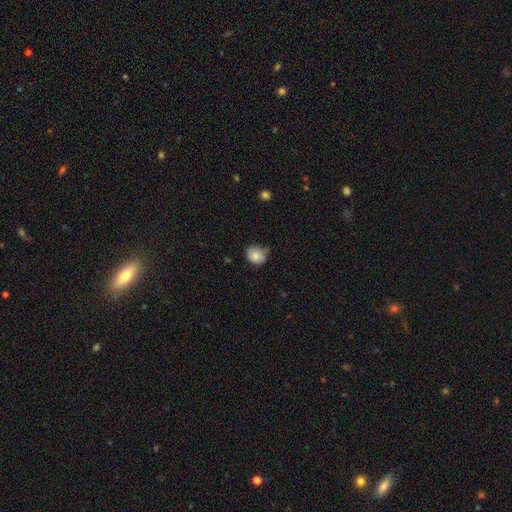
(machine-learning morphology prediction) Smooth or featured?
  - smooth: 82% *
  - star or artifact: 9%
  - featured or disk: 9%
How rounded?
  - round: 62% *
  - in between: 37%
  - cigar-shaped: 1%
Merging?
  - none: 58% *
  - minor disturbance: 34%
  - major disturbance: 5%
  - merger: 3%